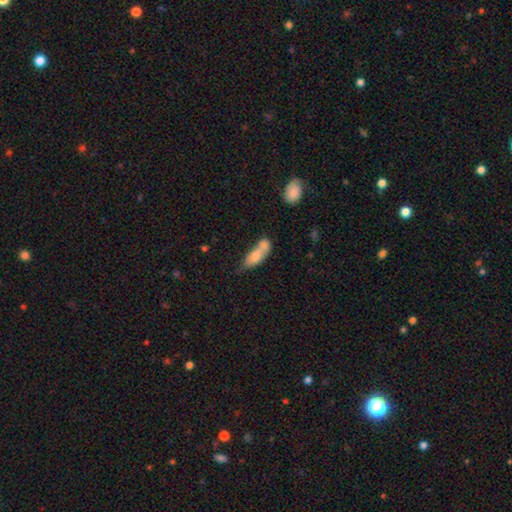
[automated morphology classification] Smooth or featured? Predicted: smooth (p=0.70). How rounded? Predicted: in between (p=0.70). Merging? Predicted: merger (p=0.55).